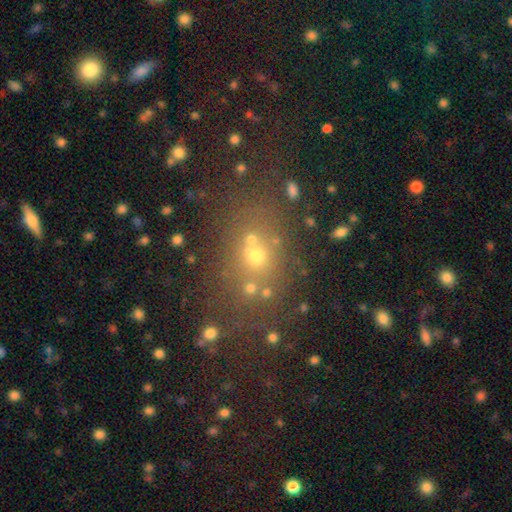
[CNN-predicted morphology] Overall: smooth (48%; star or artifact 36%). Merging: none (61%; merger 22%).